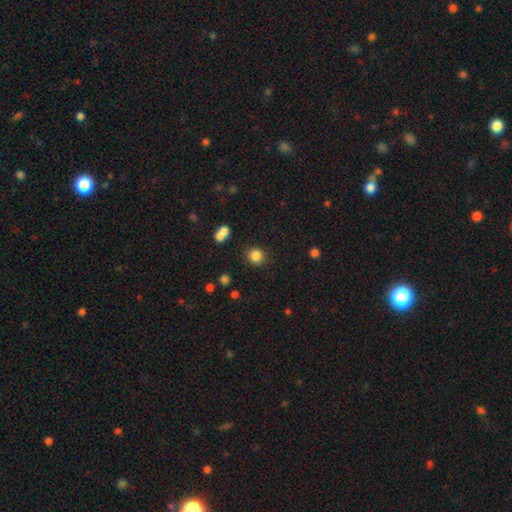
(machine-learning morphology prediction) This is clearly a smooth galaxy (84%). How rounded: clearly round (87%). Merging: clearly none (84%).